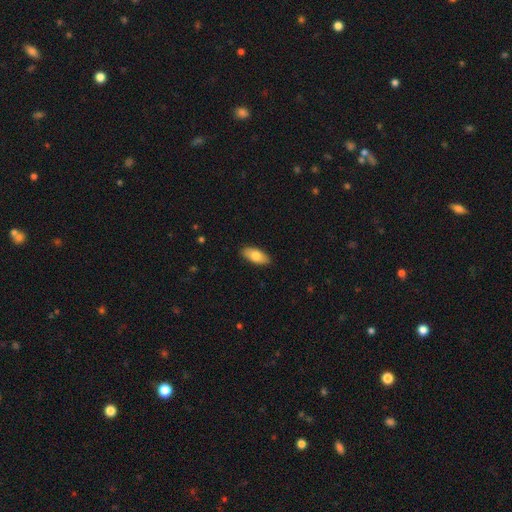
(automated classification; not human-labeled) smooth-or-featured: smooth: 78% | featured or disk: 16% | star or artifact: 6%
  how-rounded: in between: 87% | cigar-shaped: 10% | round: 2%
  merging: none: 88% | minor disturbance: 9% | major disturbance: 2% | merger: 1%